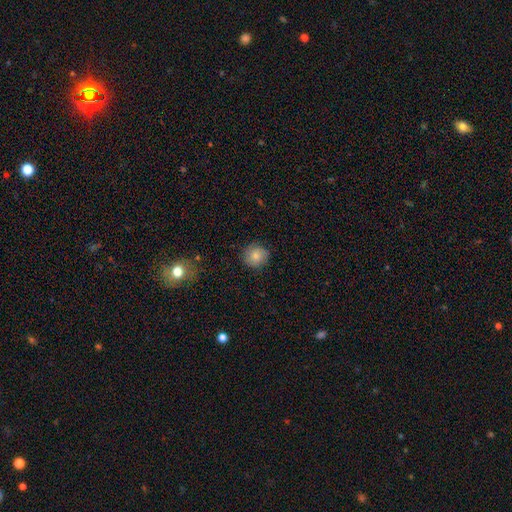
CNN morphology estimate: The model was most divided on "smooth or featured": smooth: 74%, featured or disk: 17%, star or artifact: 9%. More confident: how rounded — round (89%); merging — none (82%).